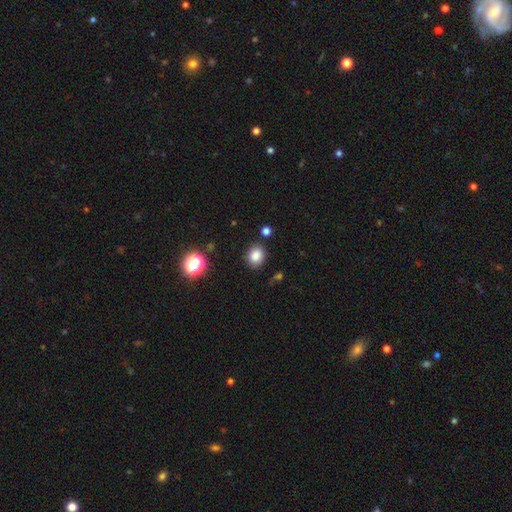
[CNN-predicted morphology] This appears to be a smooth galaxy with no disk features (83%) that is round (61%). Merging: none (83%).